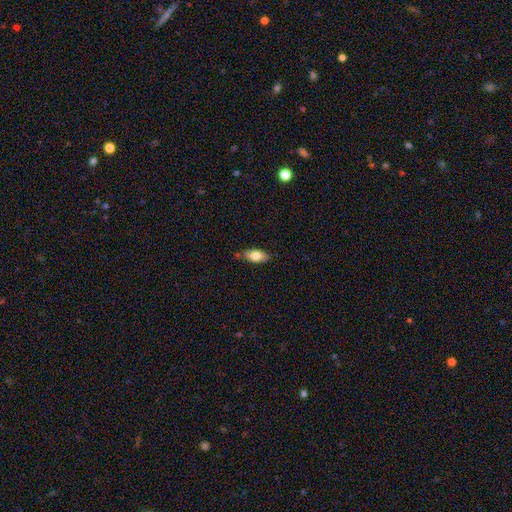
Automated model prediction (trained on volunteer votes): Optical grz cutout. It shows a smooth galaxy with no disk features (77%) that is in between round and cigar-shaped (88%). Merging: none (77%).